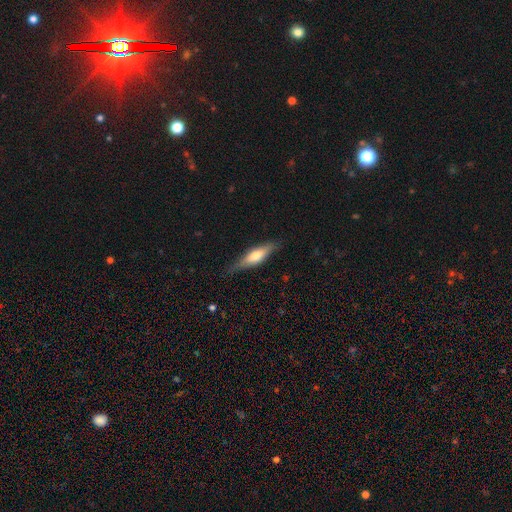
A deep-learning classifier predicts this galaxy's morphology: smooth_or_featured: smooth (p=0.50) [alt: featured or disk p=0.44]
merging: none (p=0.79) [alt: minor disturbance p=0.16]